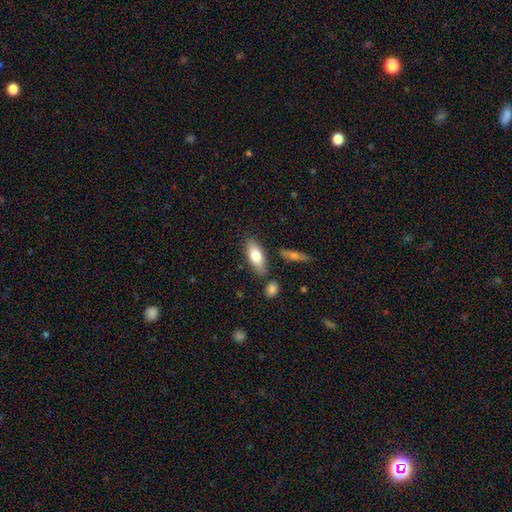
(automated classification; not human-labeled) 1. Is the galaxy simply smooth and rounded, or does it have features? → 74% smooth, 20% featured or disk, 6% star or artifact.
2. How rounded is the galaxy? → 76% in between, 21% cigar-shaped, 3% round.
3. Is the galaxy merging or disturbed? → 77% none, 13% minor disturbance, 6% merger, 3% major disturbance.